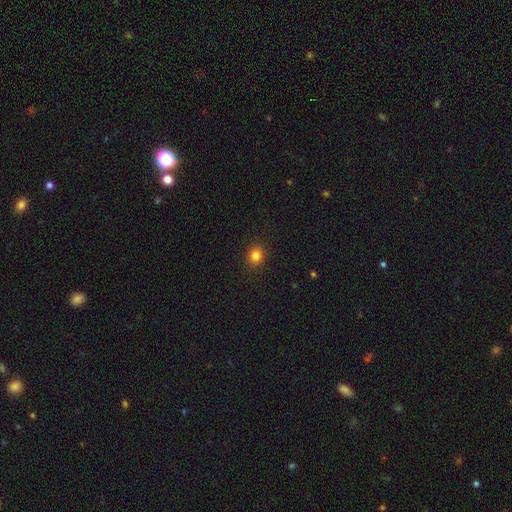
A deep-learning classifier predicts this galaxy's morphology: smooth-or-featured: smooth: 83% | star or artifact: 12% | featured or disk: 5%
  how-rounded: round: 78% | in between: 21% | cigar-shaped: 1%
  merging: none: 91% | minor disturbance: 6% | major disturbance: 2% | merger: 1%